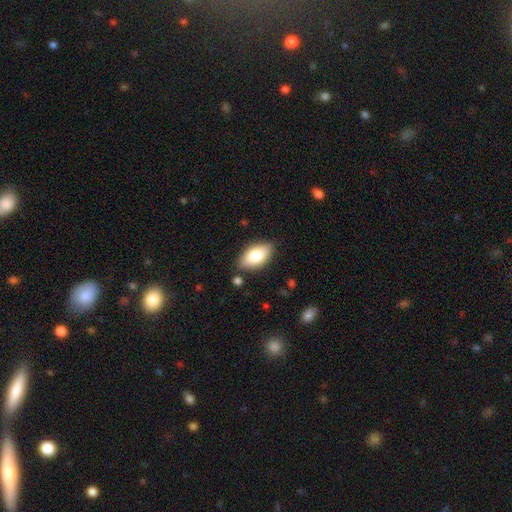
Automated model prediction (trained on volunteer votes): This is clearly a smooth galaxy (80%). How rounded: clearly in between (93%). Merging: clearly none (83%).